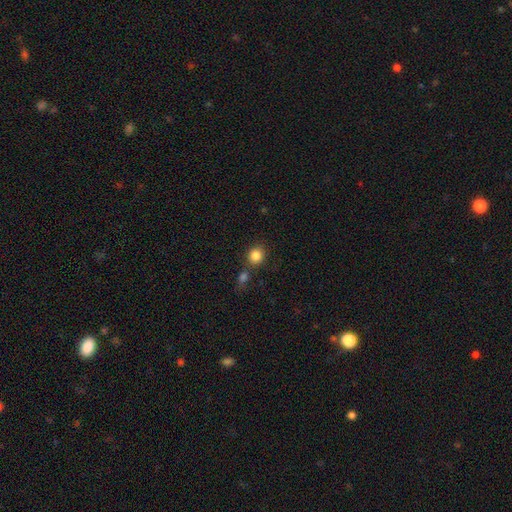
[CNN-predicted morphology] This is clearly a smooth galaxy (84%). How rounded: clearly round (83%). Merging: likely none (68%).